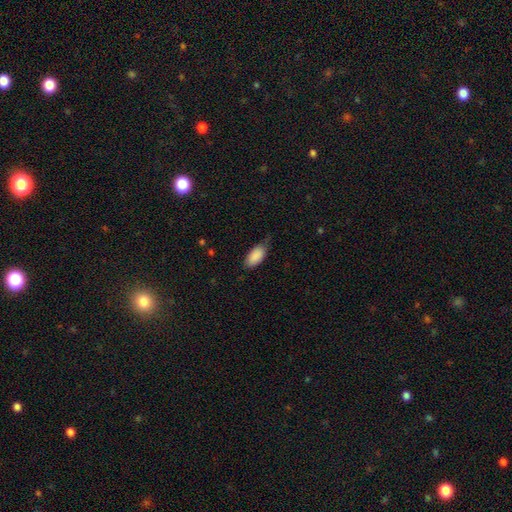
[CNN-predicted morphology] type=smooth (89%); roundness=in between (93%); merging=none (57%).